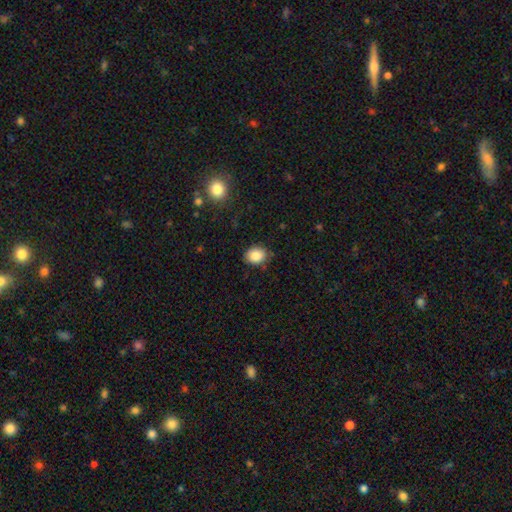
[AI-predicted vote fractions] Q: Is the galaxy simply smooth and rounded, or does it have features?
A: smooth — 87%.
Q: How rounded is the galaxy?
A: round — 51%.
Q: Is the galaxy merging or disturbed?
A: none — 80%.